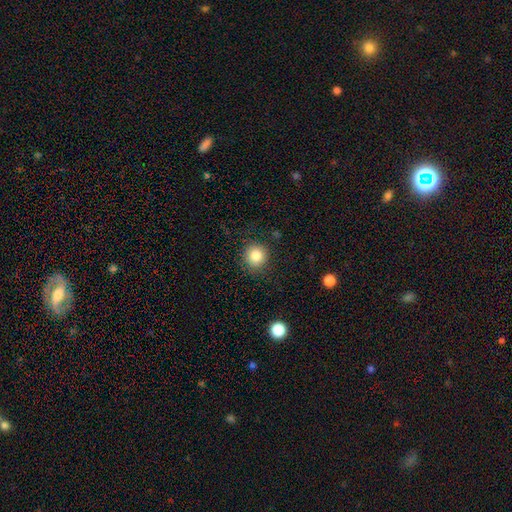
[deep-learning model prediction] Smooth or featured: smooth — 84% (star or artifact — 11%)
How rounded: round — 92% (in between — 7%)
Merging: none — 86% (minor disturbance — 9%)